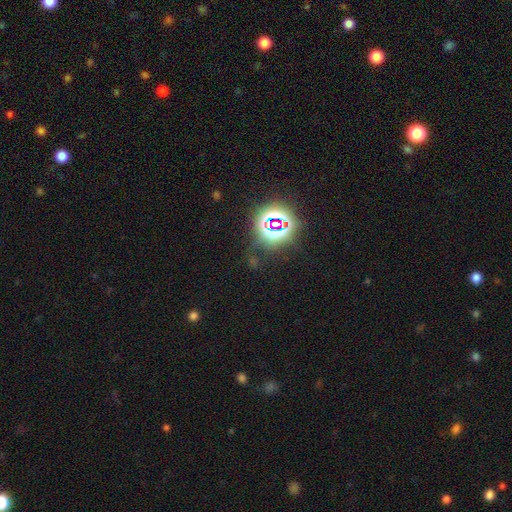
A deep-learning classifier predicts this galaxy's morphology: This is likely a star or artifact rather than a galaxy (76%).